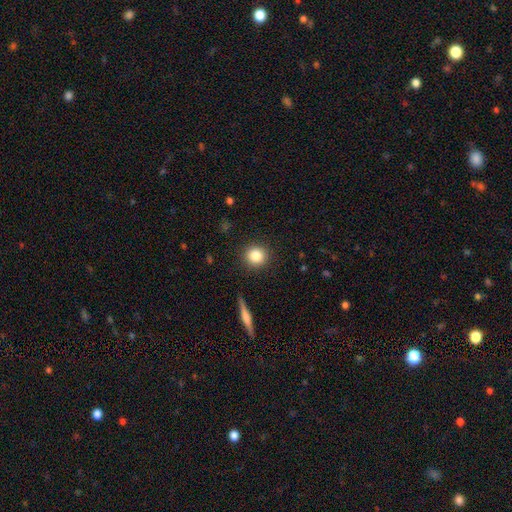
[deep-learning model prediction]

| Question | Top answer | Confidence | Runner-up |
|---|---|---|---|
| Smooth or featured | smooth | 83% | star or artifact (10%) |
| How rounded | round | 91% | in between (7%) |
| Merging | none | 90% | minor disturbance (7%) |